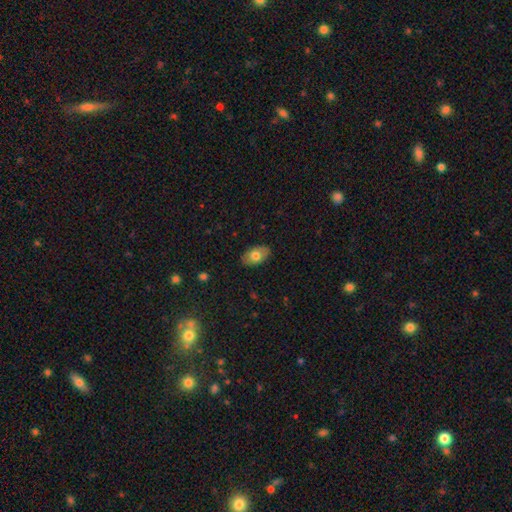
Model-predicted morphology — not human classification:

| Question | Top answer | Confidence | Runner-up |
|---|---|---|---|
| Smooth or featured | smooth | 73% | featured or disk (20%) |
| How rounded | in between | 92% | round (7%) |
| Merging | none | 86% | minor disturbance (11%) |